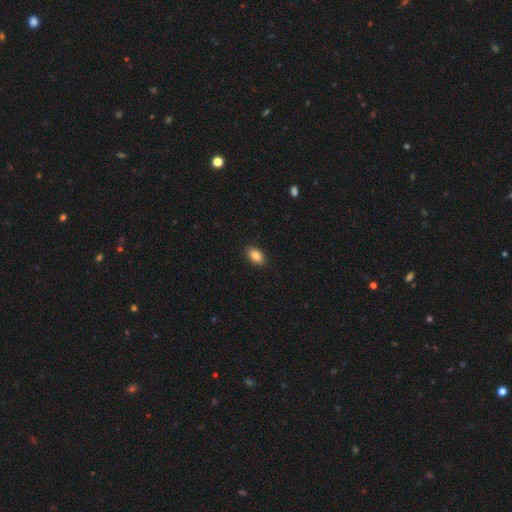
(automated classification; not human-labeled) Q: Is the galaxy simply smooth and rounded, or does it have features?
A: smooth — 85%.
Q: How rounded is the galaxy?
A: in between — 88%.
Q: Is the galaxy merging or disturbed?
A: none — 89%.